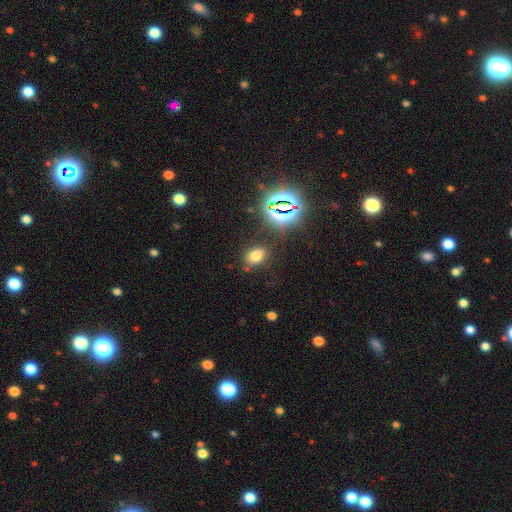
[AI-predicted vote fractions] smooth 68%, star or artifact 23%, featured or disk 9%. Down the decision tree: how rounded — in between (74%); merging — none (79%).